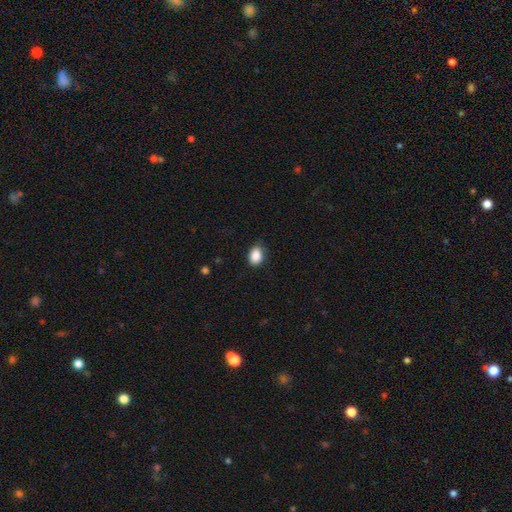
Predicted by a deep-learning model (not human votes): Smooth or featured? Predicted: smooth (p=0.88). How rounded? Predicted: in between (p=0.76). Merging? Predicted: none (p=0.80).